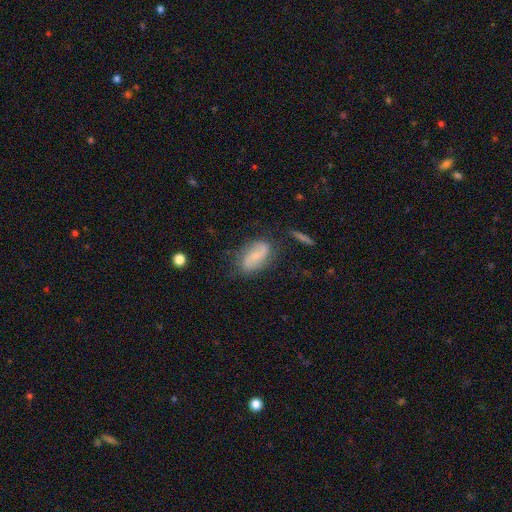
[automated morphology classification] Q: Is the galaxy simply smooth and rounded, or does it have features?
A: featured or disk — 60%.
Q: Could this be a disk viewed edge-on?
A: no — 95%.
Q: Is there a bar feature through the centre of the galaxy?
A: no — 46%.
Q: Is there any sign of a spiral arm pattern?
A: yes — 88%.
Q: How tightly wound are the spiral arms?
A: loose — 55%.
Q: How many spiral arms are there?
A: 2 — 88%.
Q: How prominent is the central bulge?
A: small — 63%.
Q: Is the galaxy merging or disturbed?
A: none — 75%.